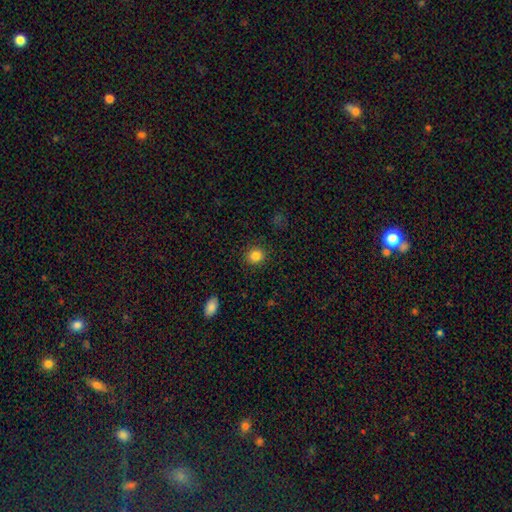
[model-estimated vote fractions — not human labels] Morphology: type=smooth (85%); roundness=round (80%); merging=none (90%).